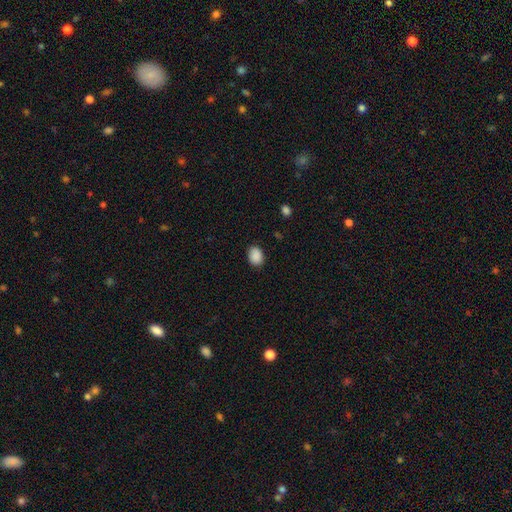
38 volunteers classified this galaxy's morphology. Smooth or featured? 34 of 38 (89%) said smooth. How rounded? 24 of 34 (71%) said in between. Merging? 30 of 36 (83%) said none.